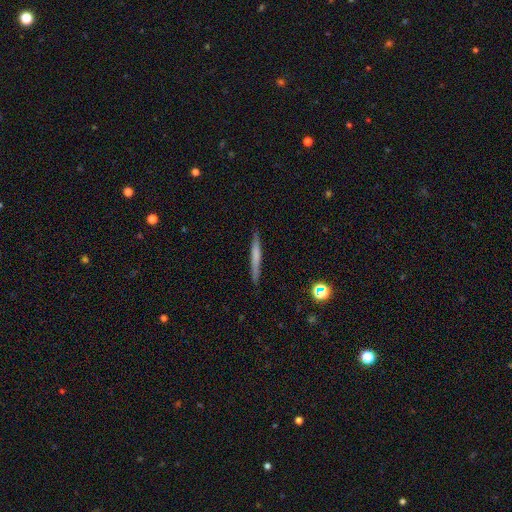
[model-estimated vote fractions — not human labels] smooth 57%, featured or disk 36%, star or artifact 7%. Down the decision tree: how rounded — cigar-shaped (96%); merging — none (88%).